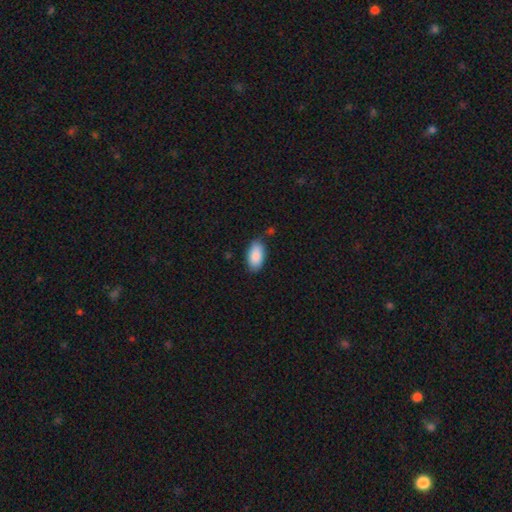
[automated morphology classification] A smooth galaxy with no disk features (89%) that is in between round and cigar-shaped (94%).

Vote fractions:
- Smooth or featured? smooth: 89% / star or artifact: 6% / featured or disk: 5%
- How rounded? in between: 94% / cigar-shaped: 3% / round: 3%
- Merging? none: 79% / minor disturbance: 15% / major disturbance: 3% / merger: 3%